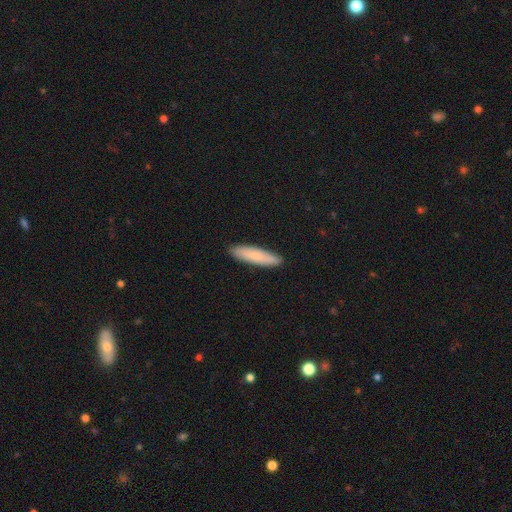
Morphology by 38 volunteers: Overall: smooth (82%). How rounded: cigar-shaped (94%). Merging: none (95%).